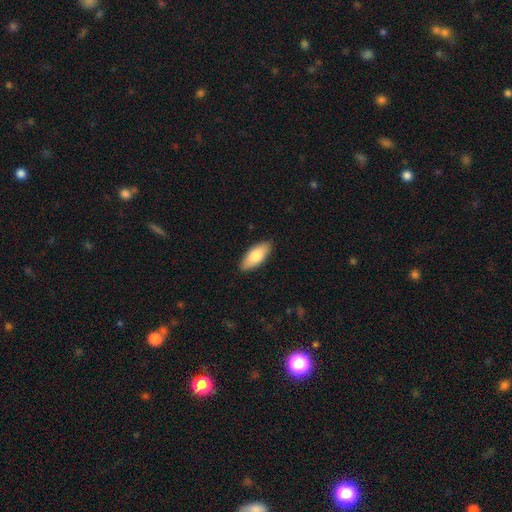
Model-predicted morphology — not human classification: type=smooth (78%); roundness=in between (83%); merging=none (89%).